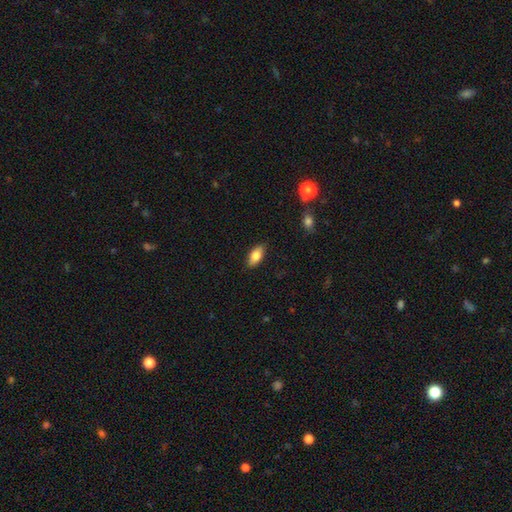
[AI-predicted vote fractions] smooth 80%, featured or disk 14%, star or artifact 7%. Down the decision tree: how rounded — in between (88%); merging — none (86%).